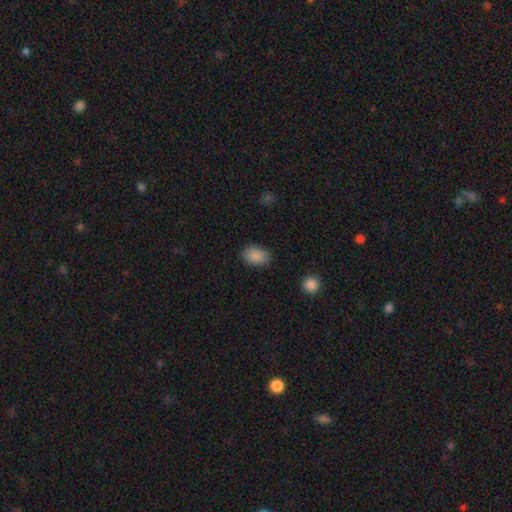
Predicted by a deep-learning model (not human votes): smooth-or-featured: smooth: 89% | star or artifact: 8% | featured or disk: 4%
  how-rounded: in between: 84% | round: 15% | cigar-shaped: 1%
  merging: none: 86% | minor disturbance: 10% | major disturbance: 3% | merger: 1%